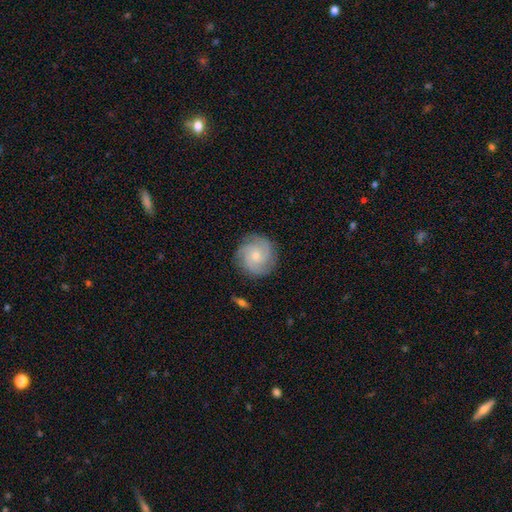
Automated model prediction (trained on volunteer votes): Smooth or featured? Predicted: featured or disk (p=0.68). Edge-on disk? Predicted: no (p=0.98). Bar? Predicted: no (p=0.76). Spiral arms? Predicted: yes (p=0.95). Spiral winding? Predicted: tight (p=0.56). Spiral arm count? Predicted: 3 (p=0.42). Bulge size? Predicted: small (p=0.54). Merging? Predicted: none (p=0.84).